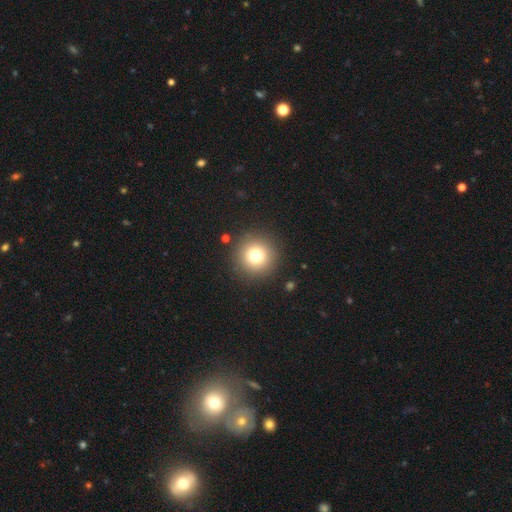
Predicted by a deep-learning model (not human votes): smooth-or-featured: smooth: 77% | star or artifact: 13% | featured or disk: 10%
  how-rounded: round: 96% | in between: 4% | cigar-shaped: 1%
  merging: none: 90% | minor disturbance: 6% | major disturbance: 3% | merger: 2%